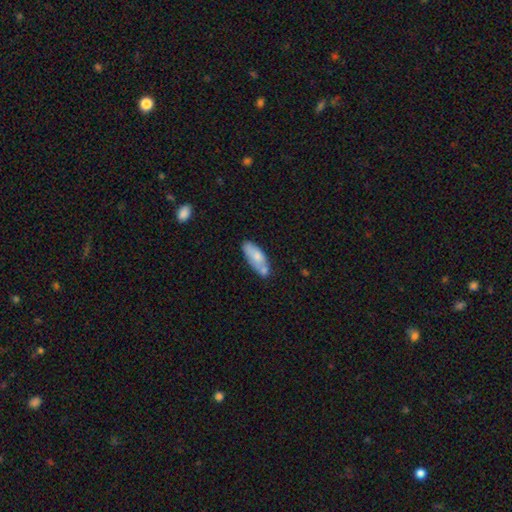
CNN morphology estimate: type=smooth (69%); roundness=in between (72%); merging=none (49%).